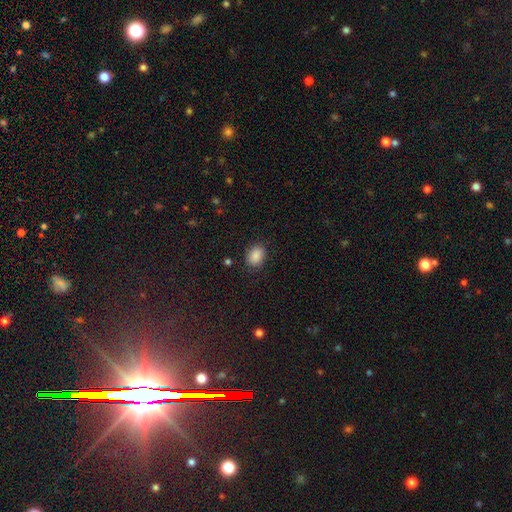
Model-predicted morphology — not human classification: Overall: smooth (87%). How rounded: in between (68%; round 31%). Merging: none (84%).